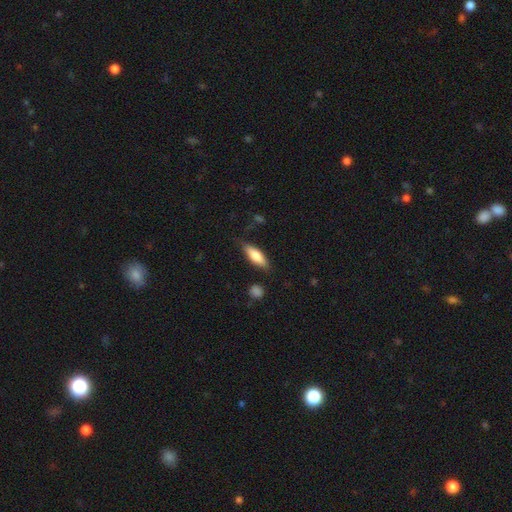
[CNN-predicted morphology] This is likely a smooth galaxy (72%). How rounded: possibly in between (54%). Merging: likely none (79%).